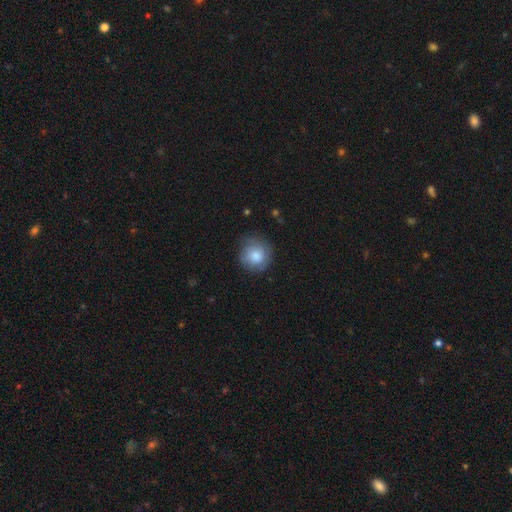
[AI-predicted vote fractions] Smooth or featured? smooth (76%)
How rounded? round (92%)
Merging? none (74%)